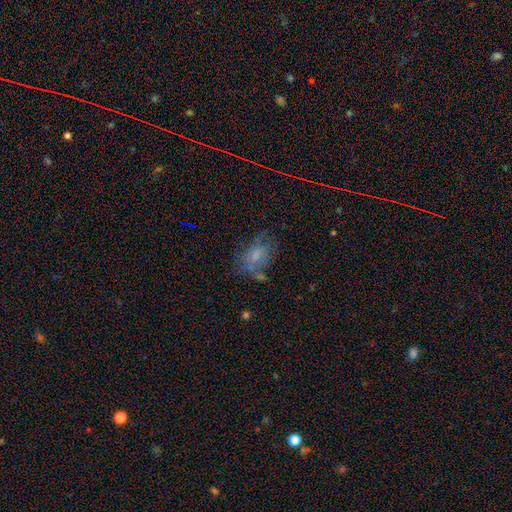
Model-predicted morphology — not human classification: smooth 53%, featured or disk 32%, star or artifact 15%. Down the decision tree: how rounded — in between (84%); merging — none (49%).